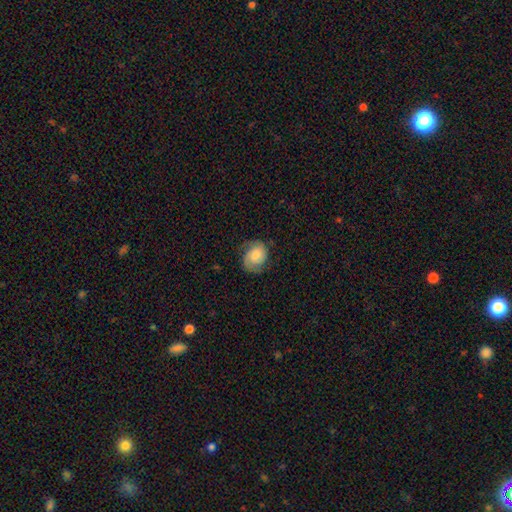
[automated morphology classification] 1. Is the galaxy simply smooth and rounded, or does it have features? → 47% featured or disk, 44% smooth, 9% star or artifact.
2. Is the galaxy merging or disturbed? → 68% none, 22% minor disturbance, 9% major disturbance, 1% merger.